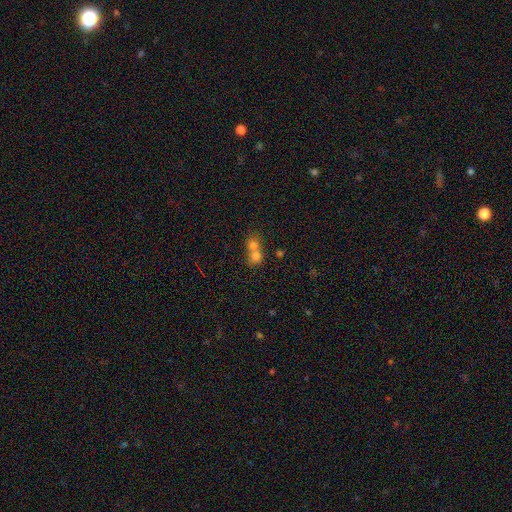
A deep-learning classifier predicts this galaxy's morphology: smooth_or_featured: smooth (p=0.71) [alt: featured or disk p=0.16]
how_rounded: round (p=0.73) [alt: in between p=0.26]
merging: merger (p=0.71) [alt: none p=0.22]